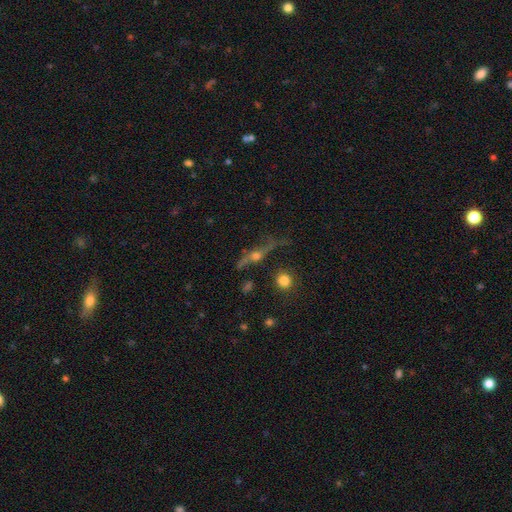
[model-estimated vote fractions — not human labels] This appears to be a featured or disk galaxy (62%) viewed edge-on (81%) with a rounded central bulge (93%). Merging: none (68%).